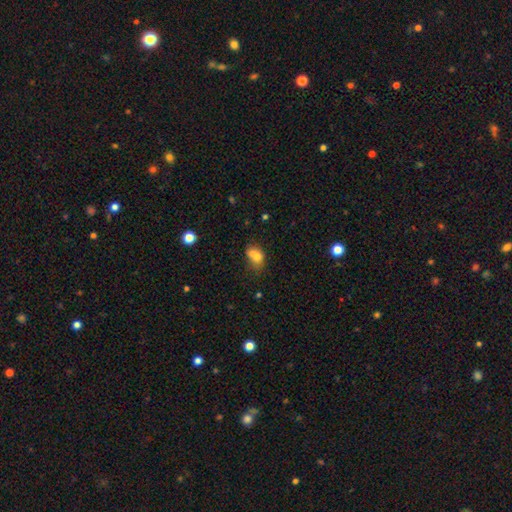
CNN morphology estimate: Q: Smooth or featured?
A: smooth (69%); runner-up: featured or disk (20%)
Q: How rounded?
A: in between (60%); runner-up: round (38%)
Q: Merging?
A: merger (57%); runner-up: none (24%)